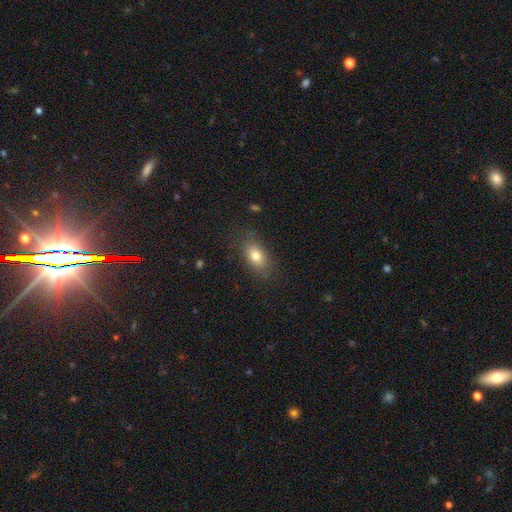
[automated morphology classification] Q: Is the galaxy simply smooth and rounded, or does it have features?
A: smooth — 78%.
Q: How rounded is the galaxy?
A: in between — 85%.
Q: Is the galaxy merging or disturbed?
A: none — 80%.